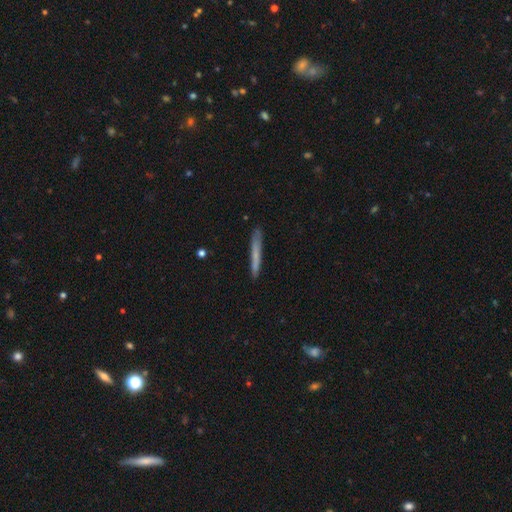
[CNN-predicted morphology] smooth 64%, featured or disk 30%, star or artifact 6%. Down the decision tree: how rounded — cigar-shaped (96%); merging — none (86%).